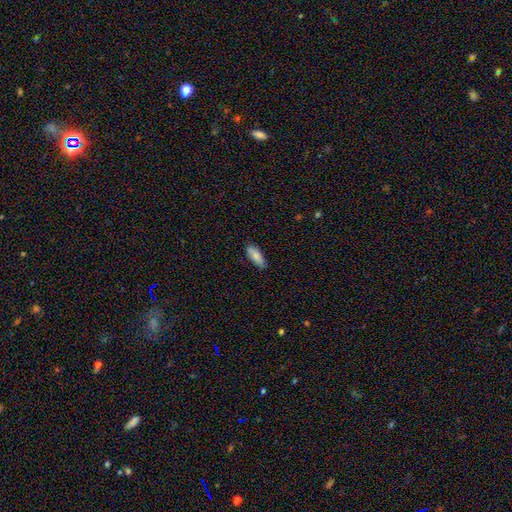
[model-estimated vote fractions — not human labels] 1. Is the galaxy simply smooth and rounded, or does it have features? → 82% smooth, 12% featured or disk, 6% star or artifact.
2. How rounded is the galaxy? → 77% in between, 21% cigar-shaped, 2% round.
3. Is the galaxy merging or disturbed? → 79% none, 17% minor disturbance, 2% major disturbance, 1% merger.